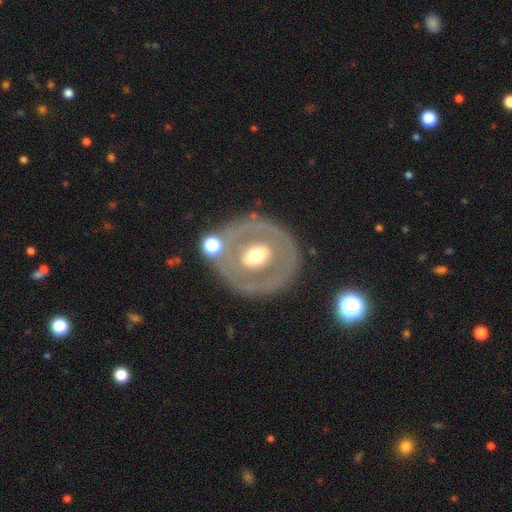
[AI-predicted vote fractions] Smooth or featured? Predicted: featured or disk (p=0.63). Edge-on disk? Predicted: no (p=0.92). Bar? Predicted: no (p=0.45). Spiral arms? Predicted: no (p=0.84). Bulge size? Predicted: moderate (p=0.68). Merging? Predicted: none (p=0.75).